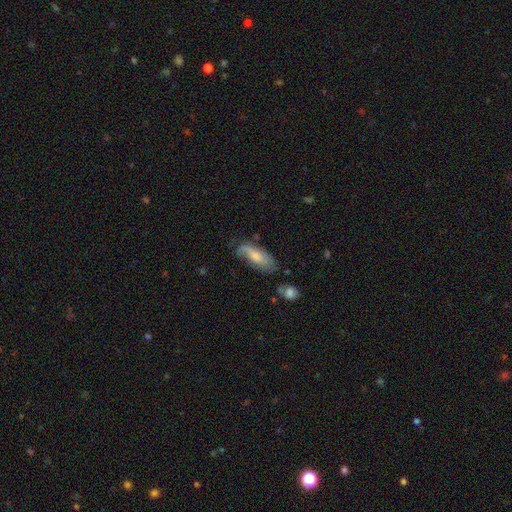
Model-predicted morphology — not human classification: Smooth or featured?
  - smooth: 61% *
  - featured or disk: 33%
  - star or artifact: 7%
How rounded?
  - in between: 76% *
  - cigar-shaped: 22%
  - round: 2%
Merging?
  - none: 52% *
  - minor disturbance: 30%
  - major disturbance: 14%
  - merger: 4%